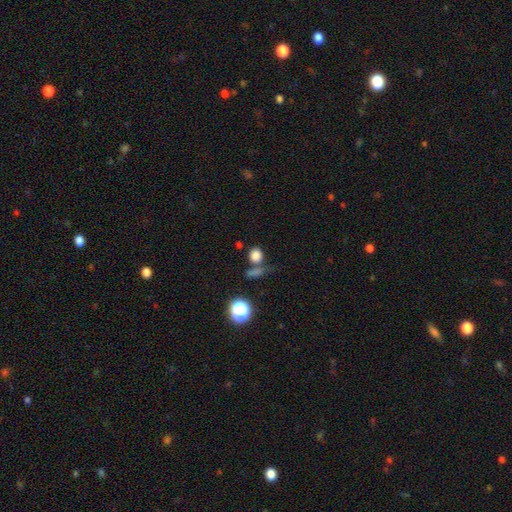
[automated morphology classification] smooth 81%, star or artifact 14%, featured or disk 6%. Down the decision tree: how rounded — round (78%); merging — none (61%).